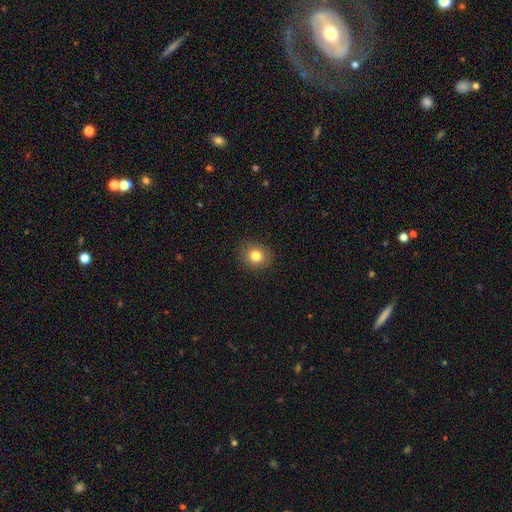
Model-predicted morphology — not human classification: type=smooth (81%); roundness=round (74%); merging=none (90%).